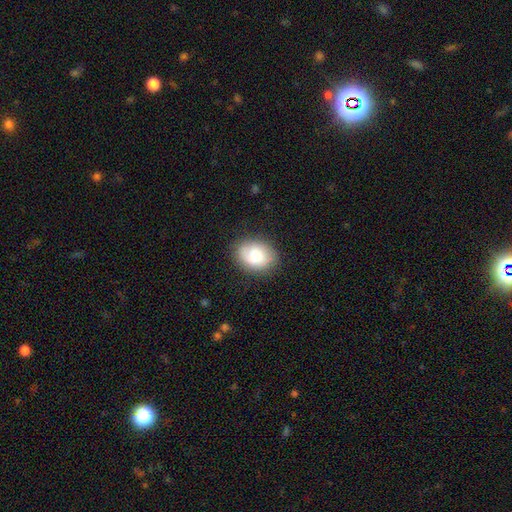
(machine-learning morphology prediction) A smooth galaxy with no disk features (70%) that is in between round and cigar-shaped (58%). Merging: none (77%).